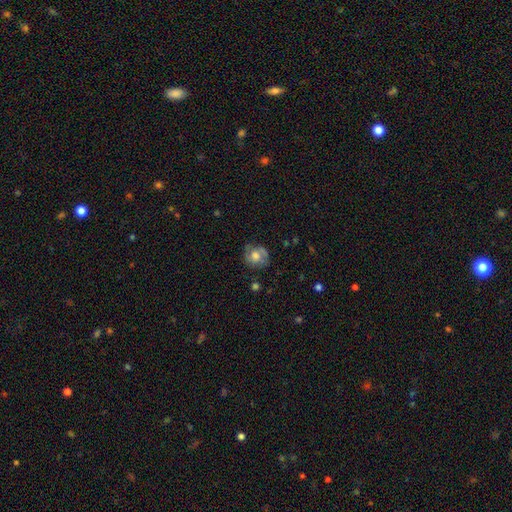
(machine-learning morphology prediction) Smooth or featured? Predicted: featured or disk (p=0.51). Edge-on disk? Predicted: no (p=0.97). Merging? Predicted: none (p=0.67).